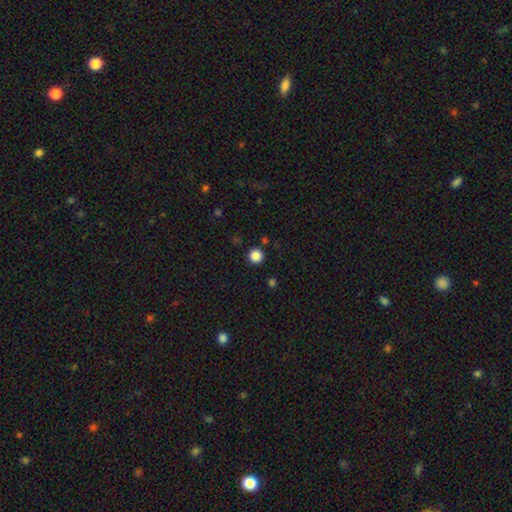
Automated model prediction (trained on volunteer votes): Smooth or featured?
  - smooth: 85% *
  - star or artifact: 11%
  - featured or disk: 3%
How rounded?
  - round: 96% *
  - in between: 3%
  - cigar-shaped: 1%
Merging?
  - none: 91% *
  - minor disturbance: 5%
  - merger: 2%
  - major disturbance: 2%